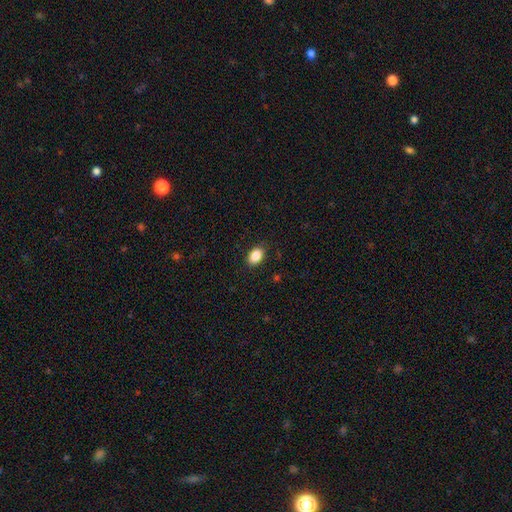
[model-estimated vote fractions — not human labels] Morphology: type=smooth (87%); roundness=in between (82%); merging=none (88%).